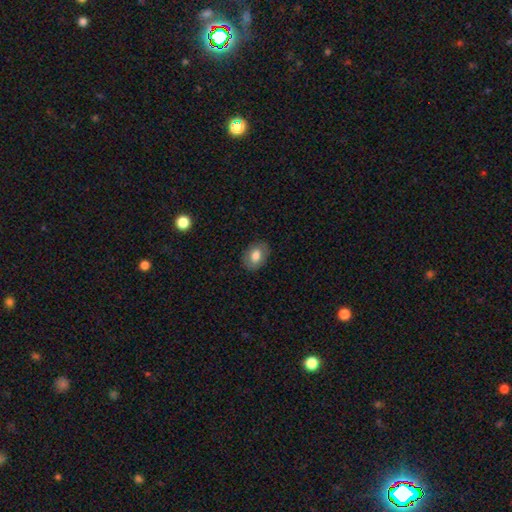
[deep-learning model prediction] This appears to be a smooth galaxy with no disk features (75%) that is in between round and cigar-shaped (77%). Merging: none (85%).